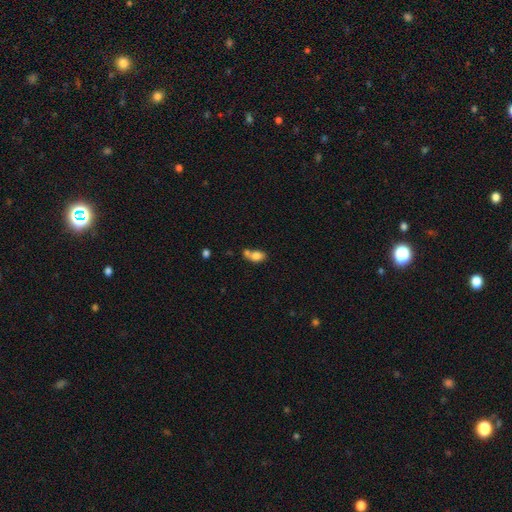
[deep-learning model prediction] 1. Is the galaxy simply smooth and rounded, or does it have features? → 79% smooth, 12% featured or disk, 9% star or artifact.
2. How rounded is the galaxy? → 82% in between, 15% round, 3% cigar-shaped.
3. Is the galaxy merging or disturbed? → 48% merger, 32% none, 14% minor disturbance, 6% major disturbance.